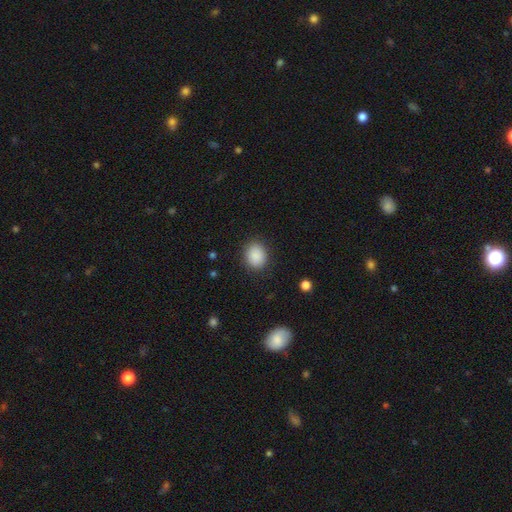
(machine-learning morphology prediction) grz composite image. It shows a smooth galaxy with no disk features (88%) that is round (61%). Merging: none (87%).